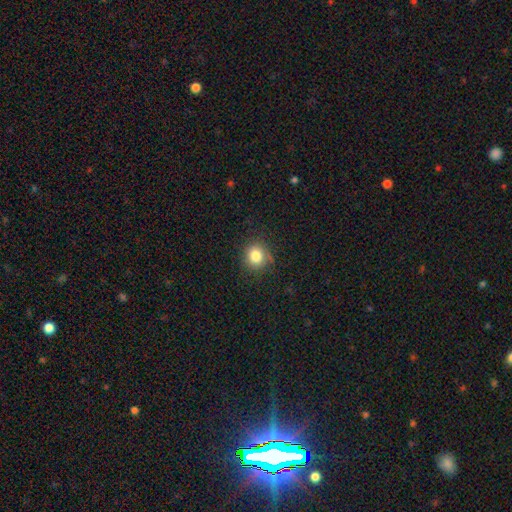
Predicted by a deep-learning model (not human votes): Morphology: type=smooth (82%); roundness=round (86%); merging=none (83%).